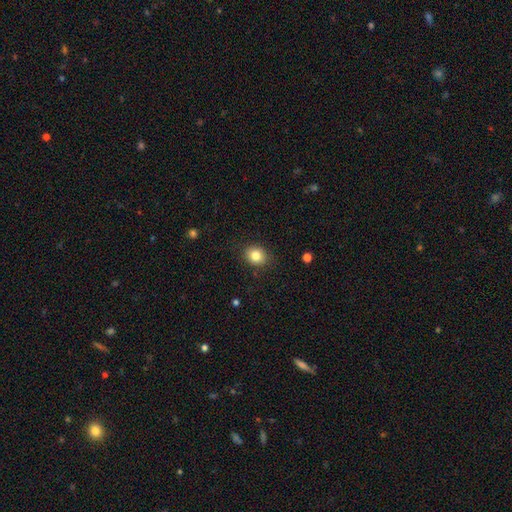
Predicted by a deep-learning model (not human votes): Q: Smooth or featured?
A: smooth (83%); runner-up: star or artifact (10%)
Q: How rounded?
A: round (61%); runner-up: in between (38%)
Q: Merging?
A: none (86%); runner-up: minor disturbance (10%)